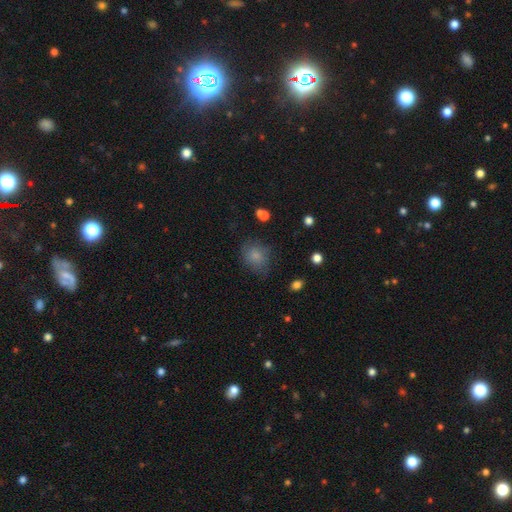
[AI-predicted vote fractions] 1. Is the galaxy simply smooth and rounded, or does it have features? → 80% smooth, 10% star or artifact, 9% featured or disk.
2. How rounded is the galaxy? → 58% round, 41% in between, 1% cigar-shaped.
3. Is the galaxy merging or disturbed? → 67% none, 22% minor disturbance, 8% major disturbance, 2% merger.